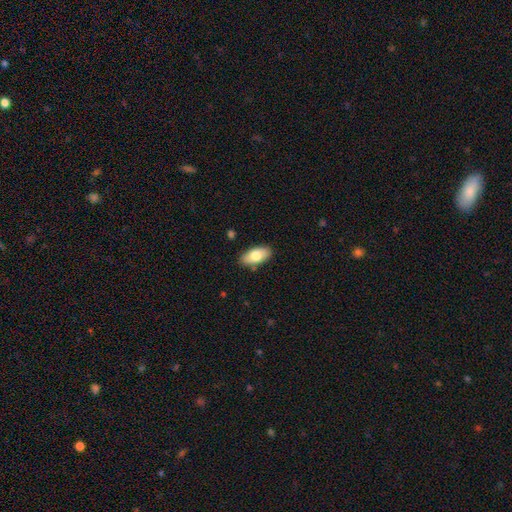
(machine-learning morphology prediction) smooth 78%, featured or disk 15%, star or artifact 6%. Down the decision tree: how rounded — in between (92%); merging — none (86%).